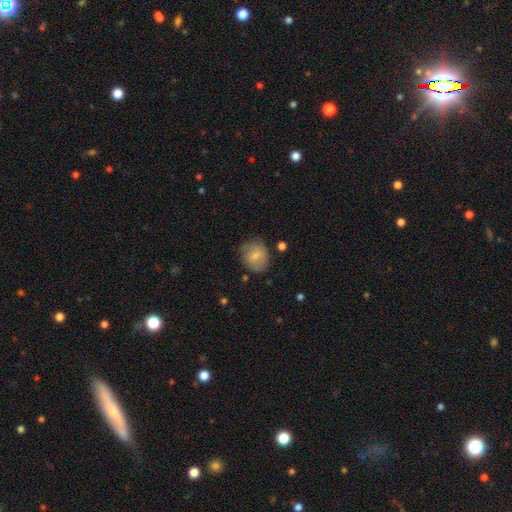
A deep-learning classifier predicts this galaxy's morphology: Smooth or featured? Predicted: smooth (p=0.70). How rounded? Predicted: round (p=0.64). Merging? Predicted: none (p=0.65).